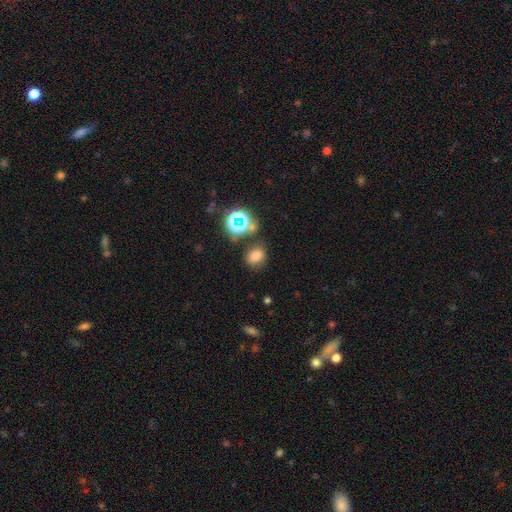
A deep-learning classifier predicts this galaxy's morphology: This appears to be a smooth galaxy with no disk features (71%) that is in between round and cigar-shaped (59%). Merging: none (71%).